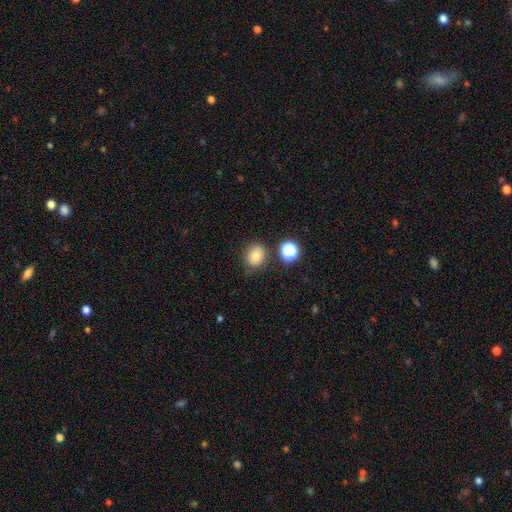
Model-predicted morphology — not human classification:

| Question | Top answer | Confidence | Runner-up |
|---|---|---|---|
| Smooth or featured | smooth | 73% | star or artifact (15%) |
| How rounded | round | 67% | in between (32%) |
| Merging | none | 77% | minor disturbance (14%) |